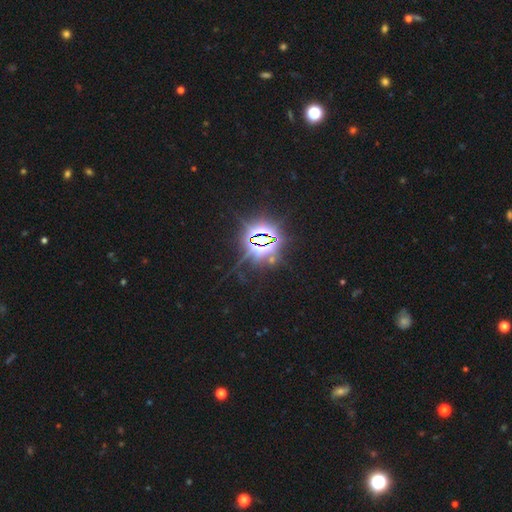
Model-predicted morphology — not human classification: smooth_or_featured: star or artifact (p=0.82) [alt: smooth p=0.11]